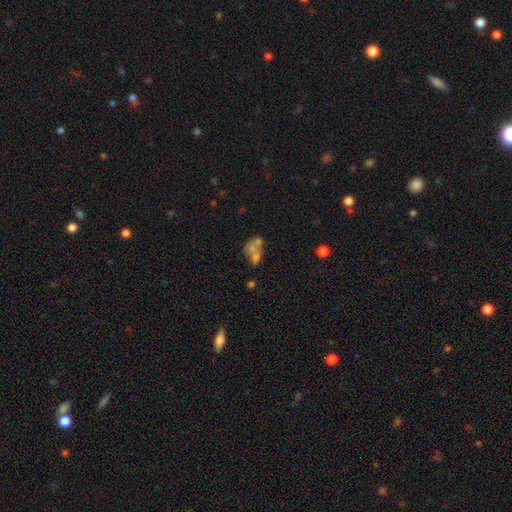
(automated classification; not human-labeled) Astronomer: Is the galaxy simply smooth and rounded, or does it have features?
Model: smooth — 43% (runner-up: featured or disk, 34%).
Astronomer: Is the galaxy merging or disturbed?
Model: merger — 48% (runner-up: none, 31%).